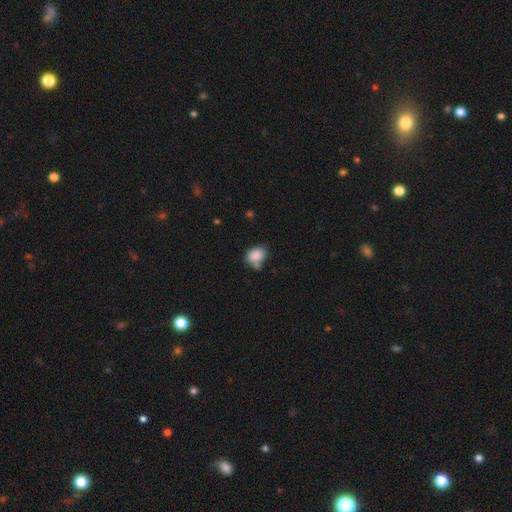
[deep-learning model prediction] This appears to be a smooth galaxy with no disk features (86%) that is in between round and cigar-shaped (73%). Merging: none (58%).